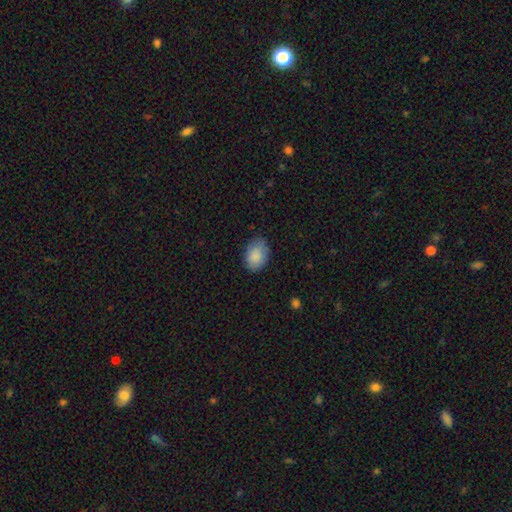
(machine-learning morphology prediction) Smooth or featured? smooth (88%)
How rounded? in between (80%)
Merging? none (78%)